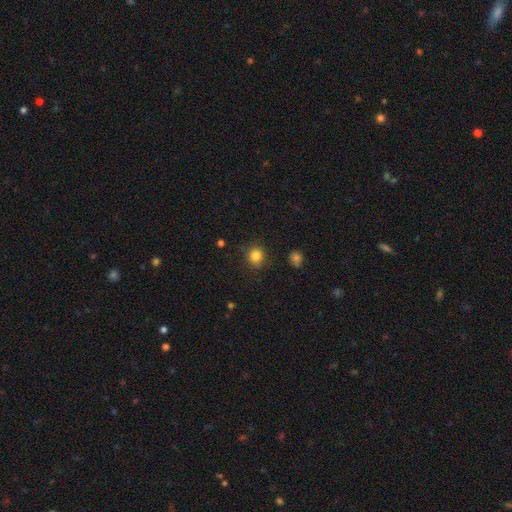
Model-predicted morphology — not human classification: smooth_or_featured: smooth (p=0.83) [alt: star or artifact p=0.12]
how_rounded: round (p=0.86) [alt: in between p=0.13]
merging: none (p=0.85) [alt: minor disturbance p=0.11]